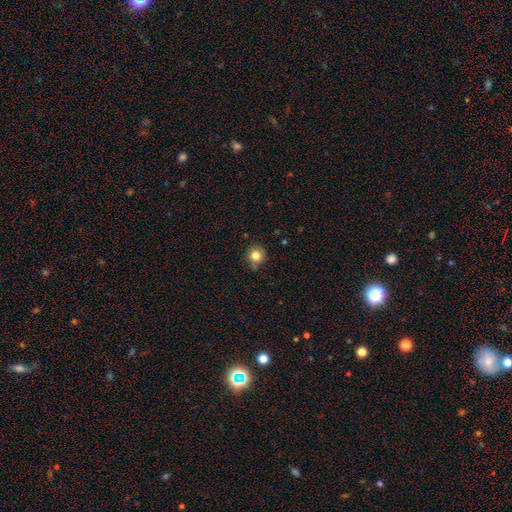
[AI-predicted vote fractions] Q: Smooth or featured?
A: smooth (81%); runner-up: star or artifact (12%)
Q: How rounded?
A: round (90%); runner-up: in between (10%)
Q: Merging?
A: none (75%); runner-up: minor disturbance (18%)